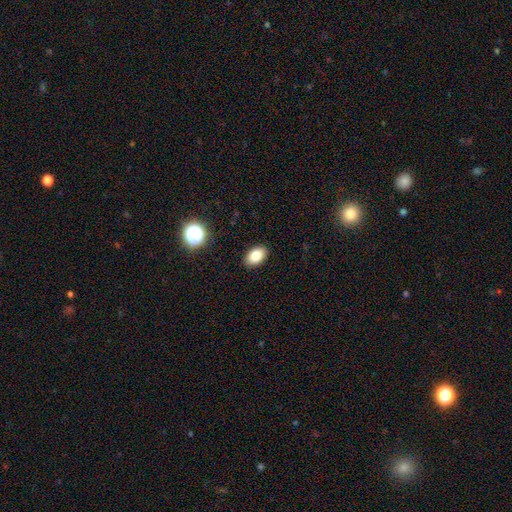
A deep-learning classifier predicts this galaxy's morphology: type=smooth (83%); roundness=in between (88%); merging=none (89%).